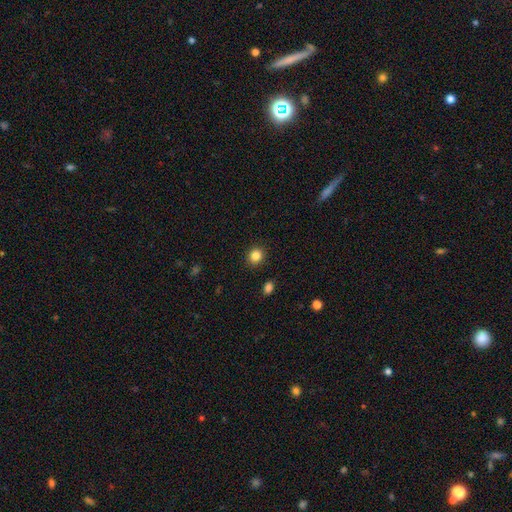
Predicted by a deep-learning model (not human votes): Overall: smooth (84%). How rounded: round (82%). Merging: none (91%).